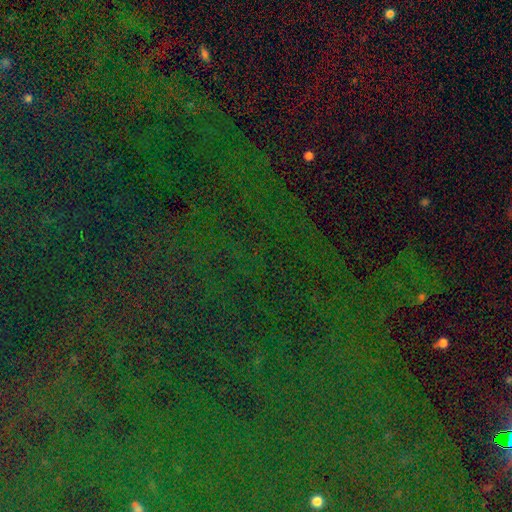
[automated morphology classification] type=star or artifact (83%).